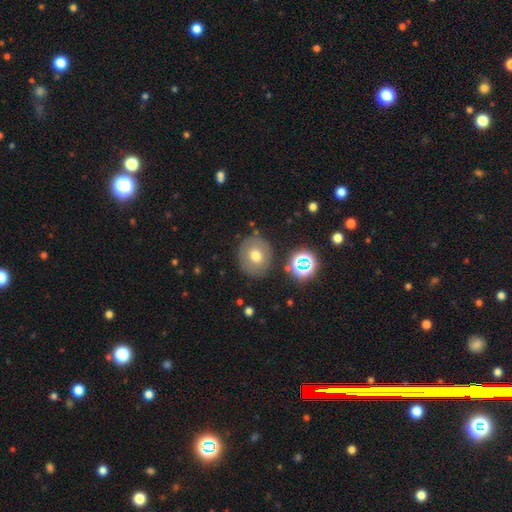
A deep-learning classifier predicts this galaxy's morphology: Smooth or featured? Predicted: smooth (p=0.68). How rounded? Predicted: round (p=0.79). Merging? Predicted: none (p=0.81).